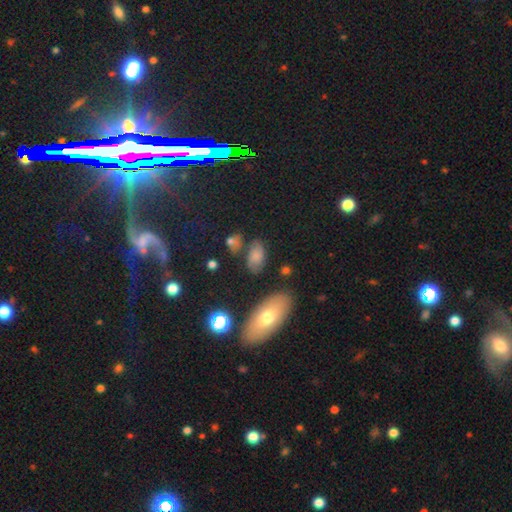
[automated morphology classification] The model was most divided on "smooth or featured": smooth: 66%, featured or disk: 20%, star or artifact: 14%. More confident: how rounded — in between (90%); merging — none (67%).